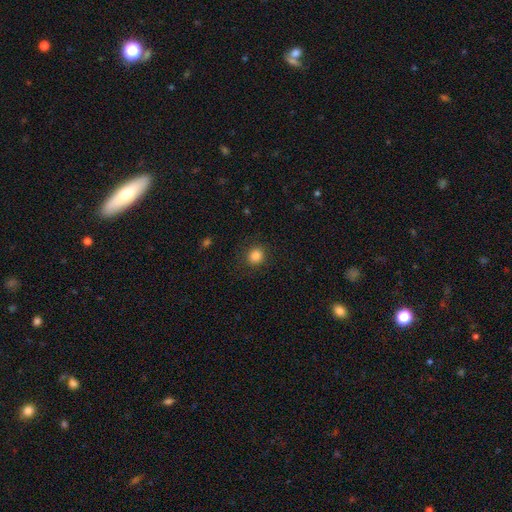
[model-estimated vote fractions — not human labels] This appears to be a smooth galaxy with no disk features (85%) that is round (79%). Merging: none (88%).